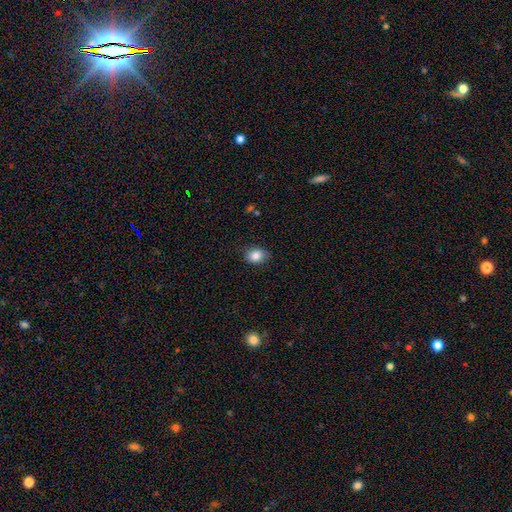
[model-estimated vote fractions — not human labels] smooth-or-featured: smooth: 85% | star or artifact: 9% | featured or disk: 6%
  how-rounded: in between: 55% | round: 44% | cigar-shaped: 1%
  merging: none: 83% | minor disturbance: 13% | major disturbance: 3% | merger: 1%